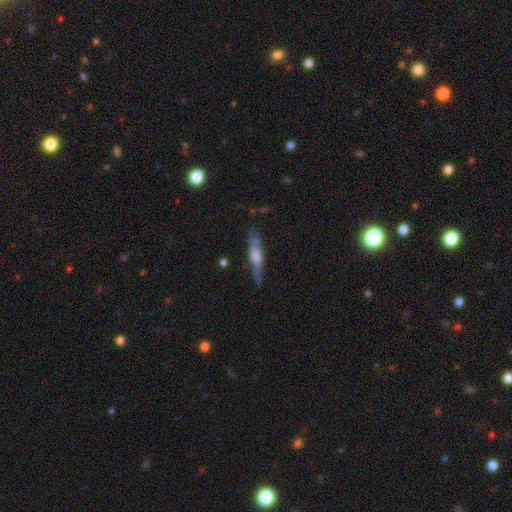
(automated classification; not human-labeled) Overall: featured or disk (56%; smooth 37%). Edge-on disk: yes (79%). Merging: none (70%).